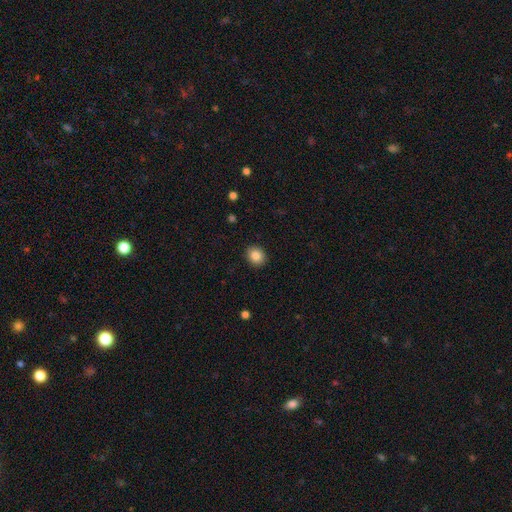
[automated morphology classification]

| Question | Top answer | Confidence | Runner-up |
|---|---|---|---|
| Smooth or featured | smooth | 85% | star or artifact (9%) |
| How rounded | round | 69% | in between (30%) |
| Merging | none | 91% | minor disturbance (6%) |